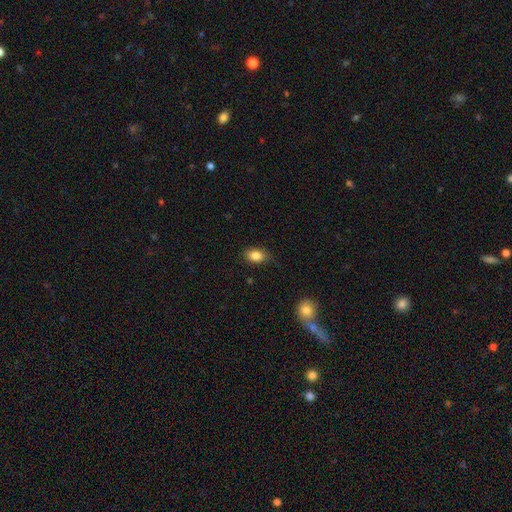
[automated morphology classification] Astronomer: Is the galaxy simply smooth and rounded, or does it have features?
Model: smooth — 84%.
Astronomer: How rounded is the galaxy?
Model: in between — 84%.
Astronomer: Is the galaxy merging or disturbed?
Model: none — 81%.